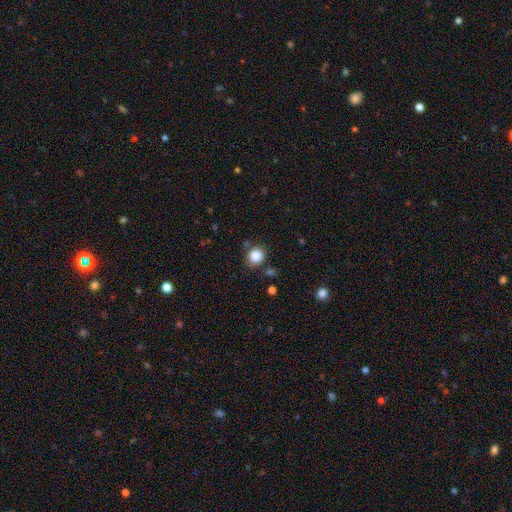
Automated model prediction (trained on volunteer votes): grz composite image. It shows a smooth galaxy with no disk features (85%) that is round (82%). Merging: none (79%).